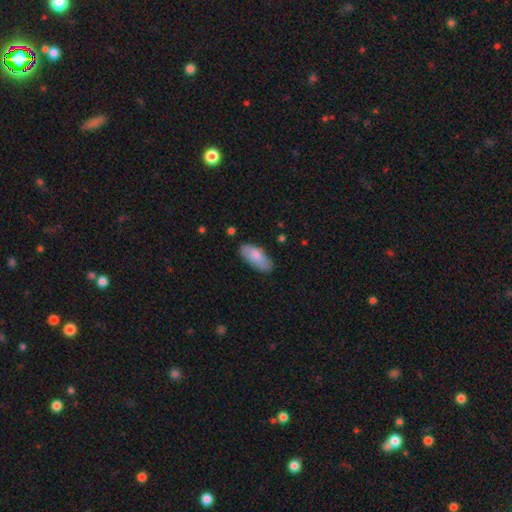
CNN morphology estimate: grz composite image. It shows a smooth galaxy with no disk features (81%) that is in between round and cigar-shaped (86%). Merging: none (77%).